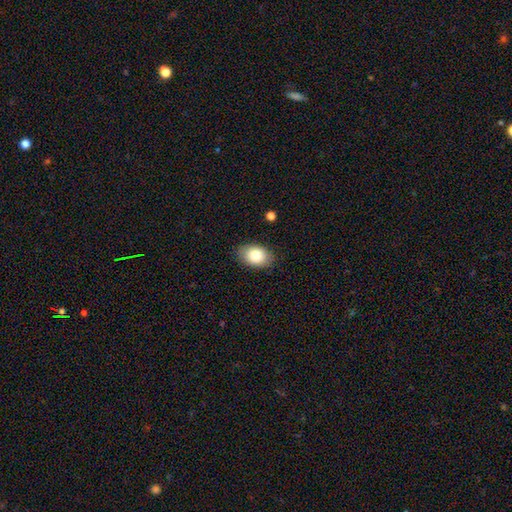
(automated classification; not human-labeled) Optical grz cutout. It shows a smooth galaxy with no disk features (82%) that is in between round and cigar-shaped (83%). Merging: none (86%).